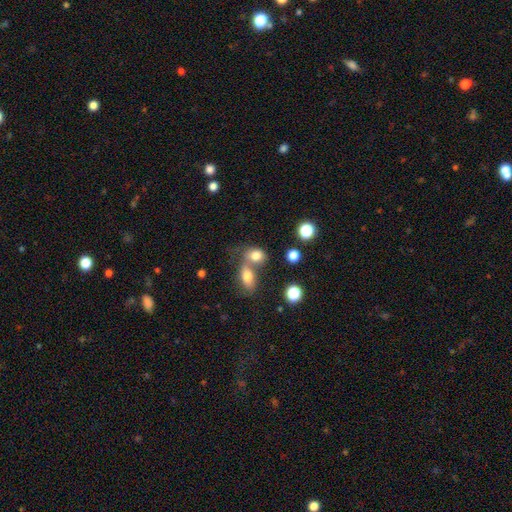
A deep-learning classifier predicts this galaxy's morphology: This is likely a smooth galaxy (79%). How rounded: likely in between (62%). Merging: possibly merger (54%).